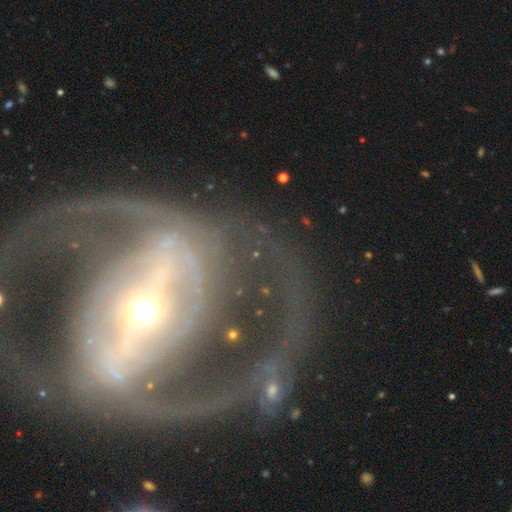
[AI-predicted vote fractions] Smooth or featured: featured or disk — 89% (star or artifact — 6%)
Edge-on disk: no — 95% (yes — 5%)
Bar: strong — 73% (weak — 18%)
Spiral arms: yes — 86% (no — 14%)
Spiral winding: medium — 46% (tight — 28%)
Spiral arm count: 2 — 82% (can't tell — 7%)
Bulge size: moderate — 46% (small — 45%)
Merging: none — 65% (major disturbance — 20%)